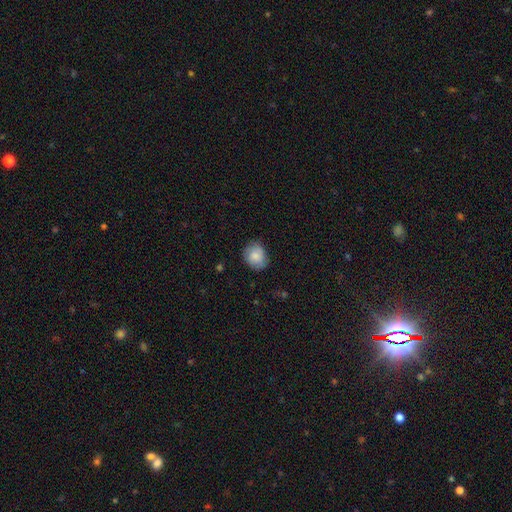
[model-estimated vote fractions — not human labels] Smooth or featured? Predicted: smooth (p=0.81). How rounded? Predicted: round (p=0.62). Merging? Predicted: none (p=0.75).